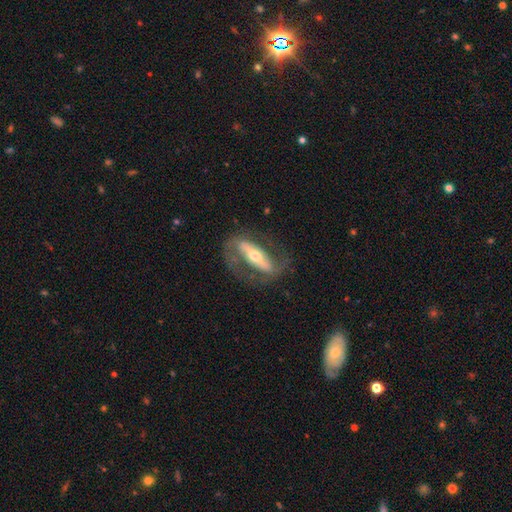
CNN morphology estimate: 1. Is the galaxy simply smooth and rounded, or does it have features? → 81% featured or disk, 15% smooth, 5% star or artifact.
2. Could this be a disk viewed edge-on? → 77% no, 23% yes.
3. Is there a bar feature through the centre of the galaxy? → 69% strong, 16% weak, 15% no.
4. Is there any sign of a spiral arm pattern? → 73% yes, 27% no.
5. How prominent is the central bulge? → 60% moderate, 30% small, 7% large, 1% dominant, 1% none.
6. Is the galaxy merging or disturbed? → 71% none, 14% minor disturbance, 13% major disturbance, 2% merger.